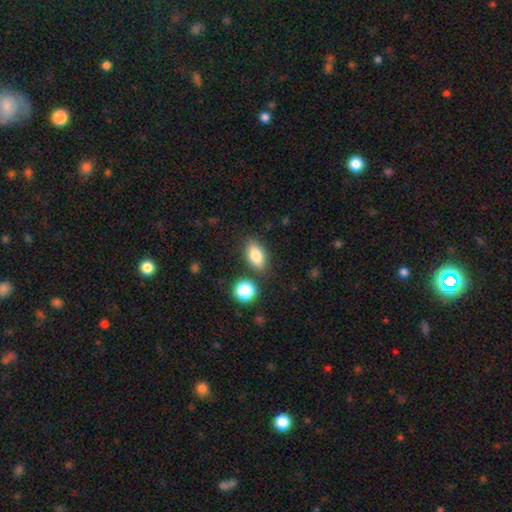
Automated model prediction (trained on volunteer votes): Smooth or featured?
  - smooth: 81% *
  - featured or disk: 10%
  - star or artifact: 9%
How rounded?
  - in between: 85% *
  - round: 8%
  - cigar-shaped: 7%
Merging?
  - none: 81% *
  - minor disturbance: 11%
  - merger: 6%
  - major disturbance: 3%